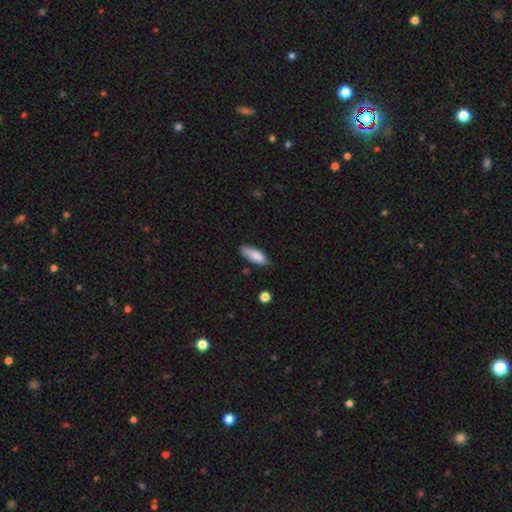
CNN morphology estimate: A smooth galaxy with no disk features (85%) that is in between round and cigar-shaped (67%). Merging: none (71%).